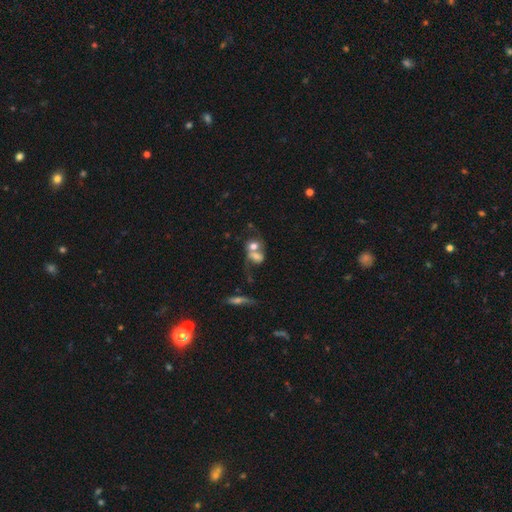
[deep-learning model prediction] smooth-or-featured: smooth: 54% | featured or disk: 34% | star or artifact: 13%
  how-rounded: in between: 51% | round: 46% | cigar-shaped: 3%
  merging: merger: 68% | none: 15% | major disturbance: 10% | minor disturbance: 7%